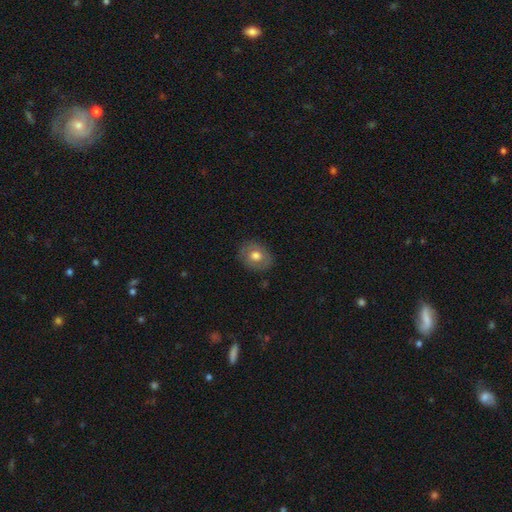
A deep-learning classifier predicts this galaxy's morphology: smooth-or-featured: smooth: 68% | featured or disk: 24% | star or artifact: 8%
  how-rounded: round: 51% | in between: 48% | cigar-shaped: 1%
  merging: none: 85% | minor disturbance: 11% | major disturbance: 3% | merger: 1%